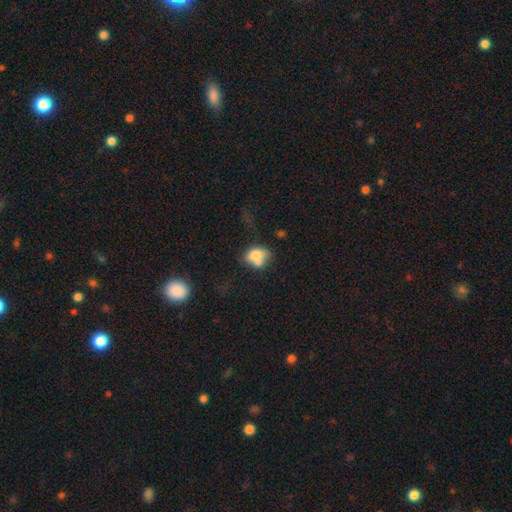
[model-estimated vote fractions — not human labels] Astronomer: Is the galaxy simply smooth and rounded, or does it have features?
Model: smooth — 70%.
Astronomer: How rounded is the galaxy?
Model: in between — 62%.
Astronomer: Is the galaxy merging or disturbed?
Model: merger — 35% (runner-up: none, 31%).